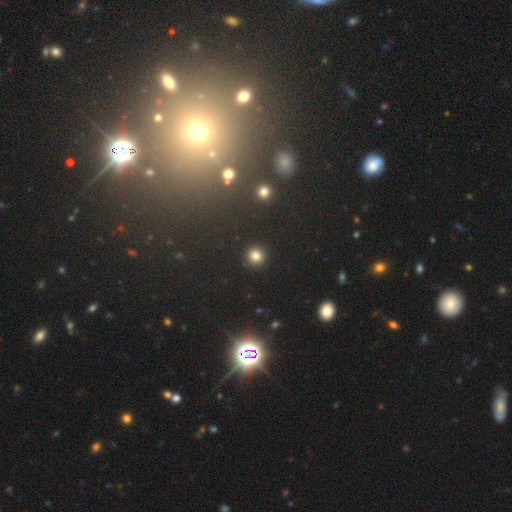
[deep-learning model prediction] This is clearly a smooth galaxy (81%). How rounded: clearly round (94%). Merging: clearly none (92%).